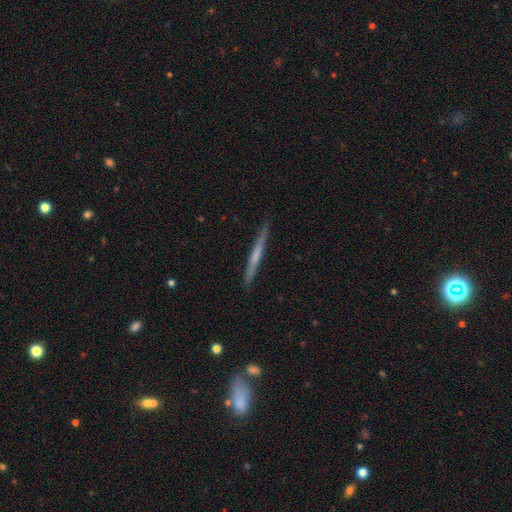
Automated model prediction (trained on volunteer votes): Q: Smooth or featured?
A: featured or disk (54%); runner-up: smooth (41%)
Q: Edge-on disk?
A: yes (98%); runner-up: no (2%)
Q: Edge-on bulge?
A: none (67%); runner-up: rounded (24%)
Q: Merging?
A: none (90%); runner-up: minor disturbance (7%)